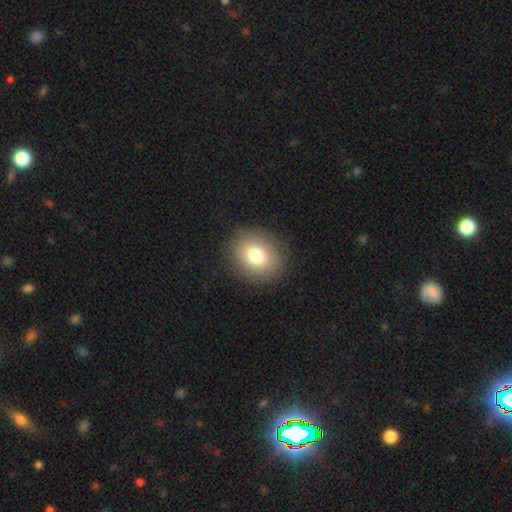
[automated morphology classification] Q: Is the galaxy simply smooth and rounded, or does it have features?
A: smooth — 77%.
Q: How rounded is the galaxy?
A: round — 61%.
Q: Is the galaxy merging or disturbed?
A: none — 88%.